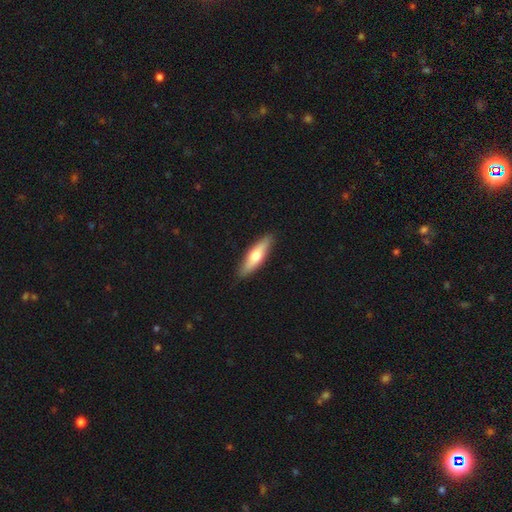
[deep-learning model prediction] Q: Smooth or featured?
A: smooth (58%); runner-up: featured or disk (37%)
Q: How rounded?
A: cigar-shaped (66%); runner-up: in between (32%)
Q: Merging?
A: none (89%); runner-up: minor disturbance (8%)